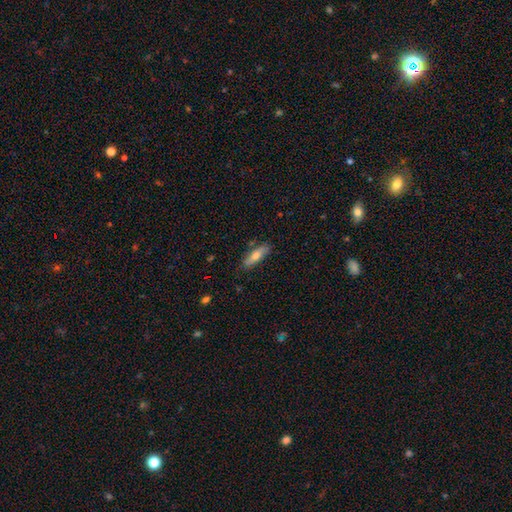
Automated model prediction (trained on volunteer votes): smooth 64%, featured or disk 29%, star or artifact 7%. Down the decision tree: how rounded — cigar-shaped (58%); merging — none (82%).